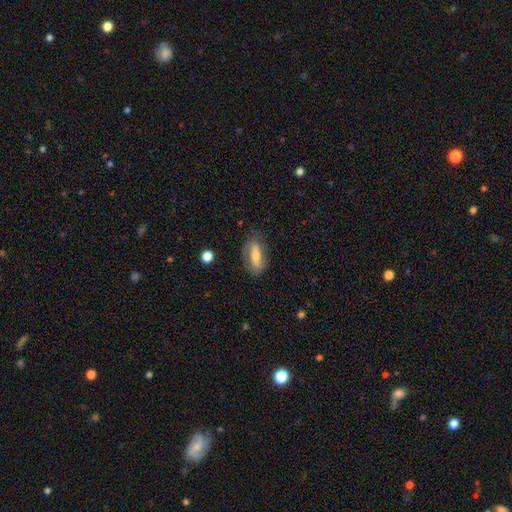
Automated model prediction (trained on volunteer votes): Smooth or featured: featured or disk — 55% (smooth — 37%)
Edge-on disk: no — 80% (yes — 20%)
Merging: none — 73% (minor disturbance — 18%)